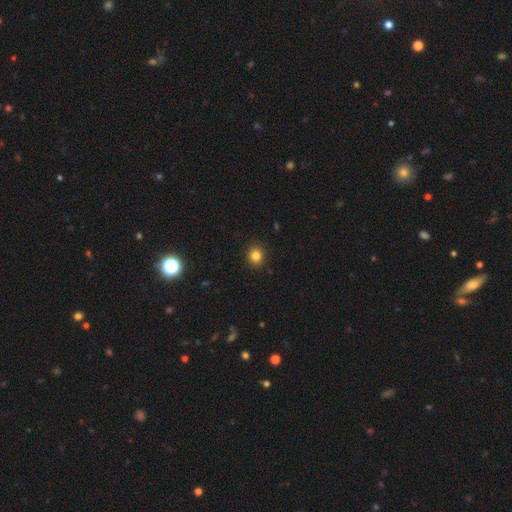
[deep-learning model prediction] This is clearly a smooth galaxy (83%). How rounded: likely round (77%). Merging: clearly none (90%).